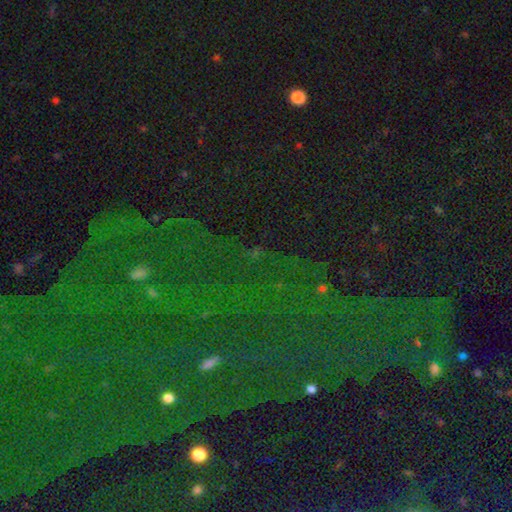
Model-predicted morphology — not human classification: Smooth or featured: star or artifact — 80% (smooth — 10%)